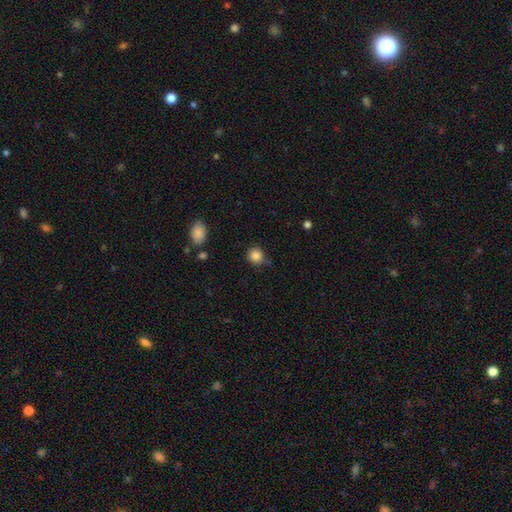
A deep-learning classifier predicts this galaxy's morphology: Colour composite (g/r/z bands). It shows a smooth galaxy with no disk features (86%) that is round (89%). Merging: none (74%).